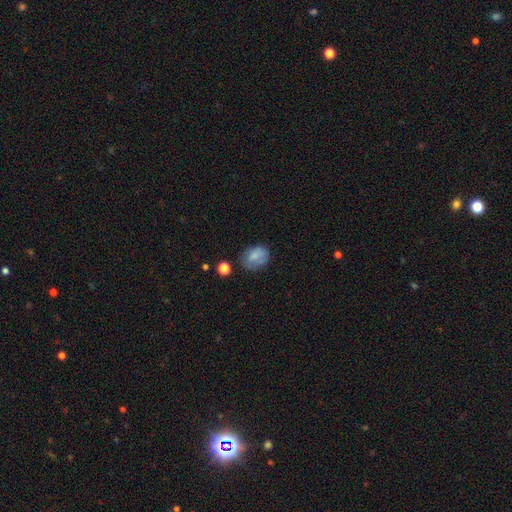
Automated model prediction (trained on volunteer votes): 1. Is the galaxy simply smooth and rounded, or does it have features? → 75% smooth, 16% featured or disk, 9% star or artifact.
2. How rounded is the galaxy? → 68% in between, 31% round, 1% cigar-shaped.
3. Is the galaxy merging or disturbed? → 61% none, 25% minor disturbance, 9% major disturbance, 5% merger.